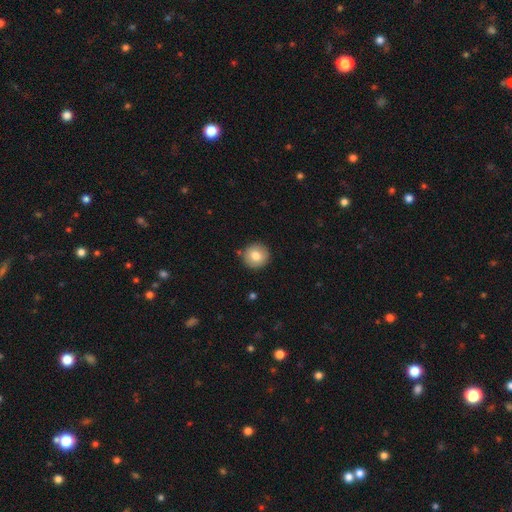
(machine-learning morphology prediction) smooth_or_featured: smooth (p=0.79) [alt: featured or disk p=0.12]
how_rounded: round (p=0.94) [alt: in between p=0.05]
merging: none (p=0.89) [alt: minor disturbance p=0.07]